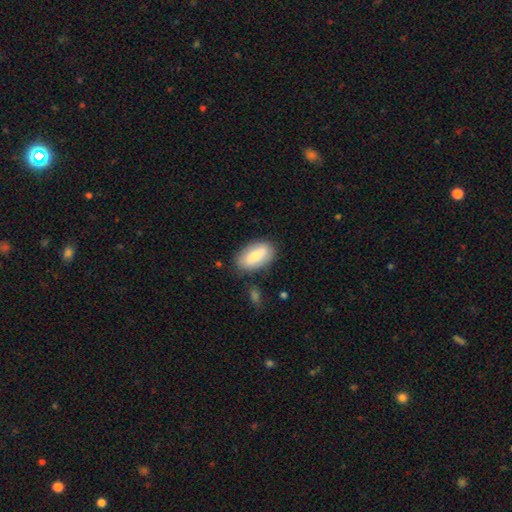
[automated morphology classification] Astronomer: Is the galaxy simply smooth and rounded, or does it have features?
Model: smooth — 75%.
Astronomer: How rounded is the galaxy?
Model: in between — 91%.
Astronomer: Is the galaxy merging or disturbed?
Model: none — 79%.